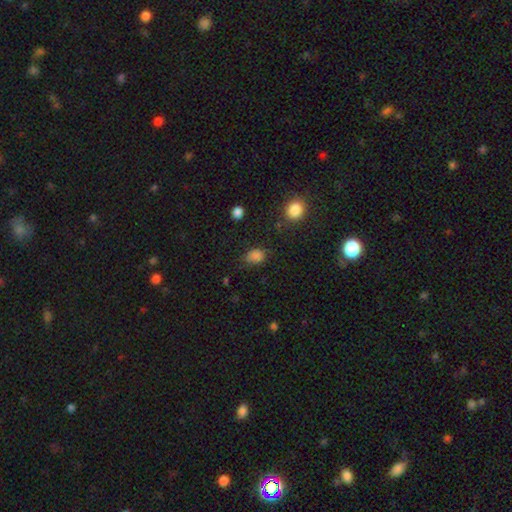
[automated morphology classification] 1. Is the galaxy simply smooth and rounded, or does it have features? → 82% smooth, 13% star or artifact, 5% featured or disk.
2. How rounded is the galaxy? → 69% in between, 29% round, 1% cigar-shaped.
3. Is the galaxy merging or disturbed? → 66% none, 24% minor disturbance, 7% major disturbance, 3% merger.